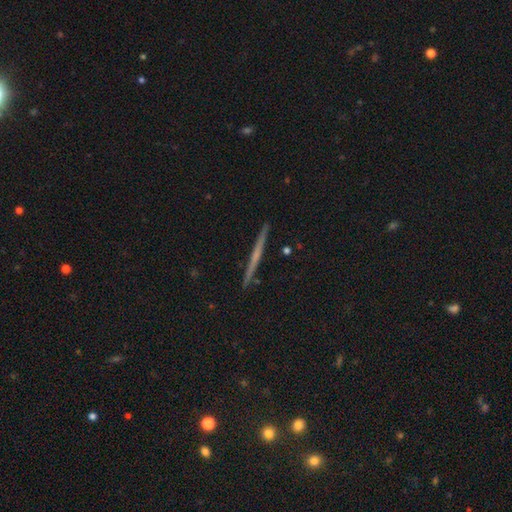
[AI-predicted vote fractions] A featured or disk galaxy (64%) viewed edge-on (98%) with no central bulge (70%). Merging: none (92%).